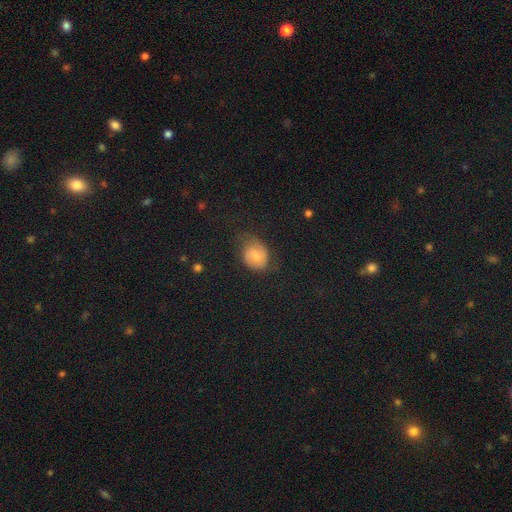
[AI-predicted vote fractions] Smooth or featured: smooth — 47% (featured or disk — 42%)
Merging: none — 59% (minor disturbance — 26%)